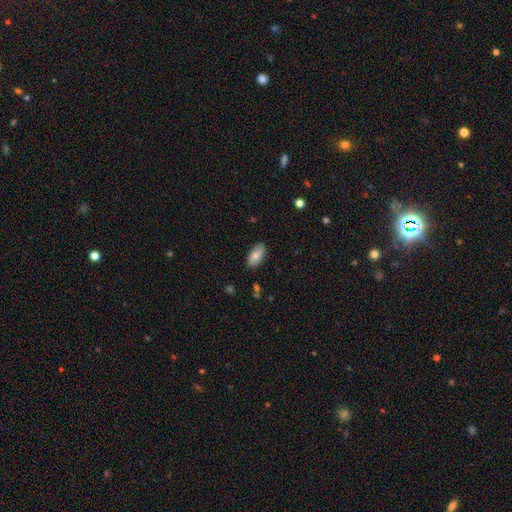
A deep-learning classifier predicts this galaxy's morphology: This appears to be a smooth galaxy with no disk features (76%) that is in between round and cigar-shaped (93%). Merging: none (85%).